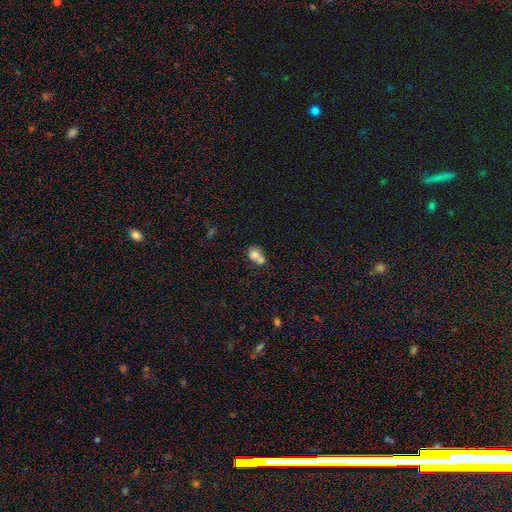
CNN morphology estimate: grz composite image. It shows a smooth galaxy with no disk features (74%) that is round (58%). Merging: merger (61%).